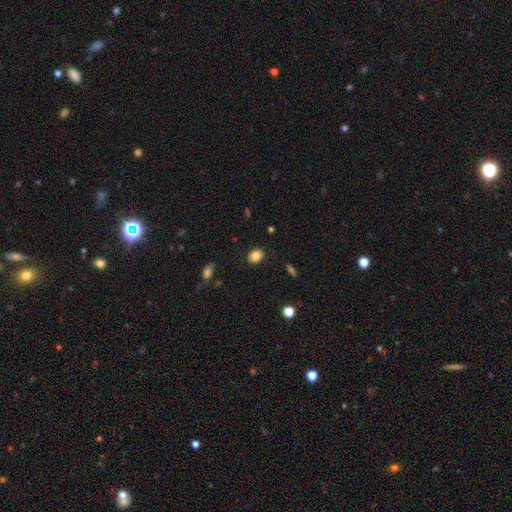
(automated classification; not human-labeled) smooth_or_featured: smooth (p=0.84) [alt: star or artifact p=0.10]
how_rounded: in between (p=0.52) [alt: round p=0.47]
merging: none (p=0.87) [alt: minor disturbance p=0.10]